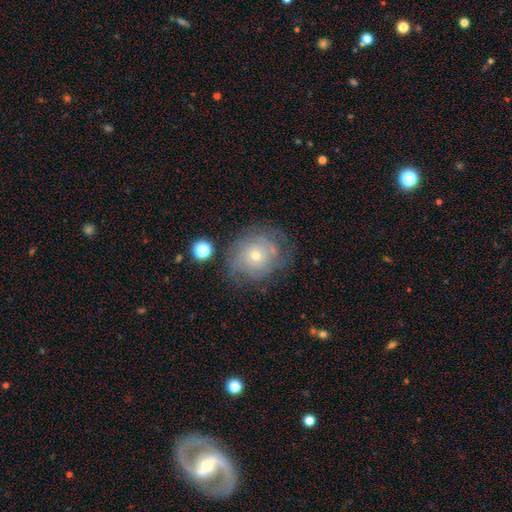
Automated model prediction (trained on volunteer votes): Smooth or featured? Predicted: featured or disk (p=0.66). Edge-on disk? Predicted: no (p=0.97). Bar? Predicted: no (p=0.85). Spiral arms? Predicted: yes (p=0.80). Spiral winding? Predicted: tight (p=0.72). Spiral arm count? Predicted: can't tell (p=0.59). Bulge size? Predicted: small (p=0.62). Merging? Predicted: none (p=0.70).